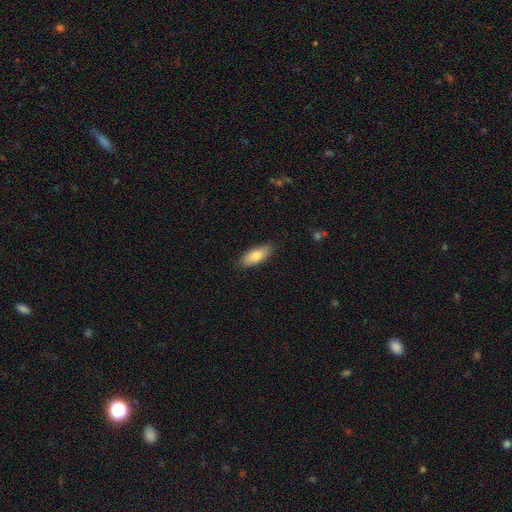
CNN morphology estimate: Q: Smooth or featured?
A: smooth (79%); runner-up: featured or disk (15%)
Q: How rounded?
A: in between (79%); runner-up: cigar-shaped (18%)
Q: Merging?
A: none (85%); runner-up: minor disturbance (12%)